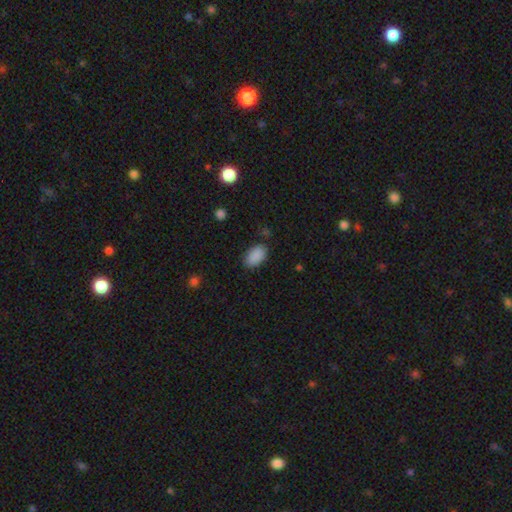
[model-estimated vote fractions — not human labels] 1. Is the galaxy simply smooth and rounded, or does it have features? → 89% smooth, 8% star or artifact, 3% featured or disk.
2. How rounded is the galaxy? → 93% in between, 6% round, 2% cigar-shaped.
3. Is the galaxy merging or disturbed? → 80% none, 15% minor disturbance, 3% major disturbance, 2% merger.